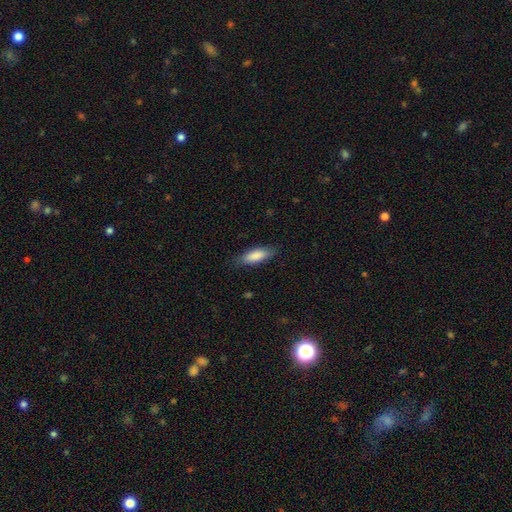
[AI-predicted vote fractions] A smooth galaxy with no disk features (86%) that is in between round and cigar-shaped (65%). Merging: none (82%).